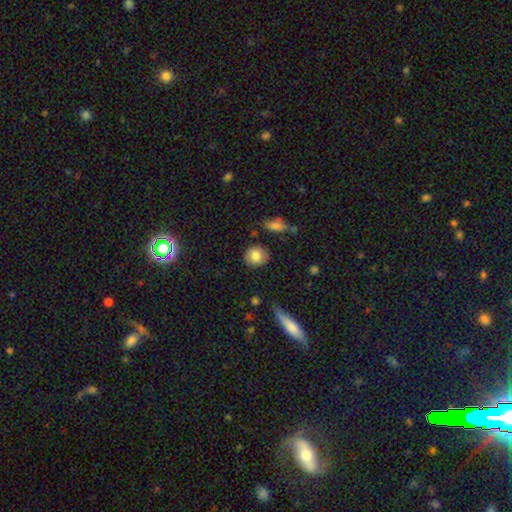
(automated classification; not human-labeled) This appears to be a smooth galaxy with no disk features (83%) that is round (83%). Merging: none (84%).